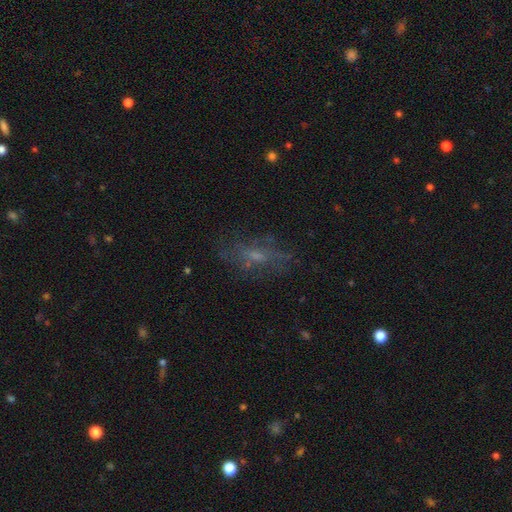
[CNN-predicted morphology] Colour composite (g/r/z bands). It shows a featured or disk galaxy (45%). Merging: none (63%).